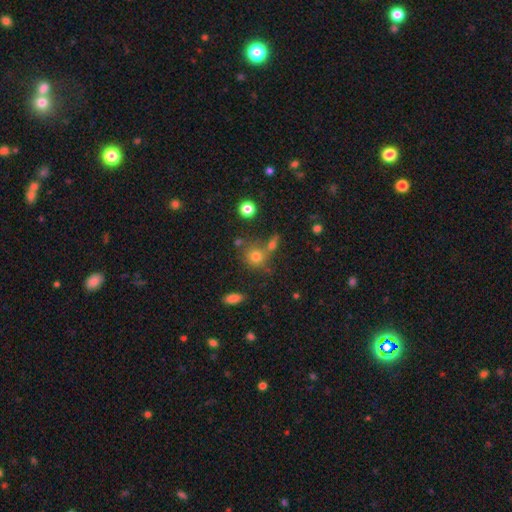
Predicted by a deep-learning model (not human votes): A smooth galaxy with no disk features (71%) that is round (82%). Merging: none (64%).